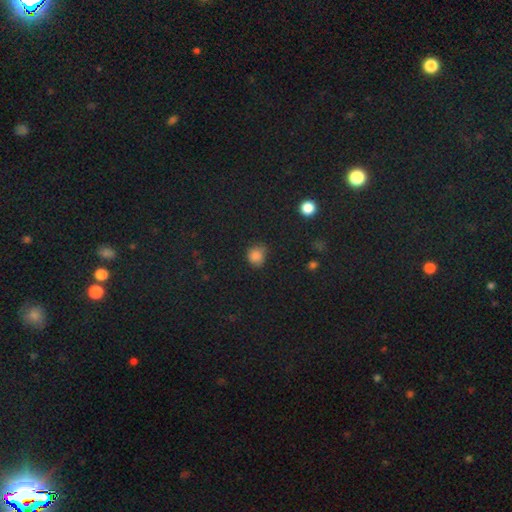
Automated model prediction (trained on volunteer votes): A smooth galaxy with no disk features (82%) that is round (80%).

Vote fractions:
- Smooth or featured? smooth: 82% / star or artifact: 13% / featured or disk: 5%
- How rounded? round: 80% / in between: 19% / cigar-shaped: 1%
- Merging? none: 65% / minor disturbance: 27% / major disturbance: 6% / merger: 2%